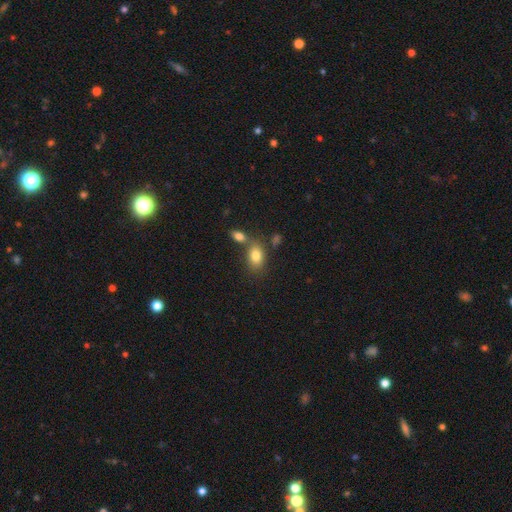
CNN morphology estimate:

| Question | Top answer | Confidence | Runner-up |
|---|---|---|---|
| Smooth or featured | smooth | 79% | featured or disk (12%) |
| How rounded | in between | 83% | round (15%) |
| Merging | none | 55% | merger (28%) |